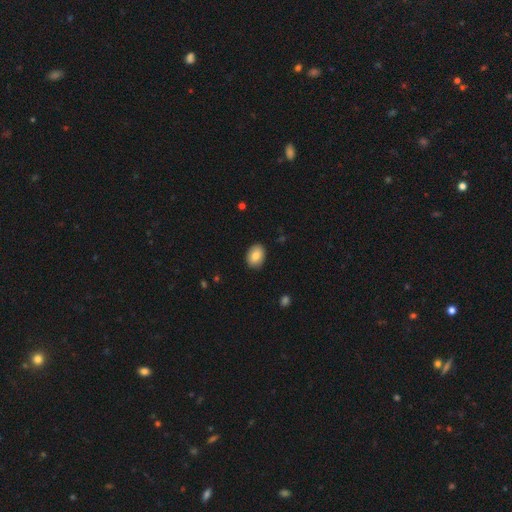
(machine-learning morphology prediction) Smooth or featured?
  - smooth: 83% *
  - featured or disk: 9%
  - star or artifact: 7%
How rounded?
  - in between: 76% *
  - round: 23%
  - cigar-shaped: 1%
Merging?
  - none: 88% *
  - minor disturbance: 9%
  - major disturbance: 2%
  - merger: 1%